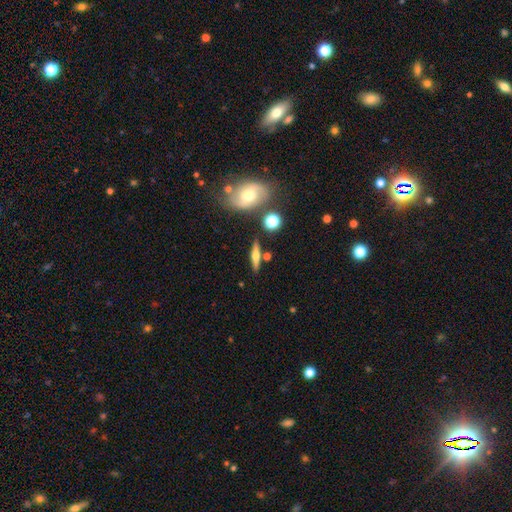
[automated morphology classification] The model was most divided on "smooth or featured": featured or disk: 54%, smooth: 38%, star or artifact: 9%. More confident: edge-on disk — yes (92%); merging — none (79%).